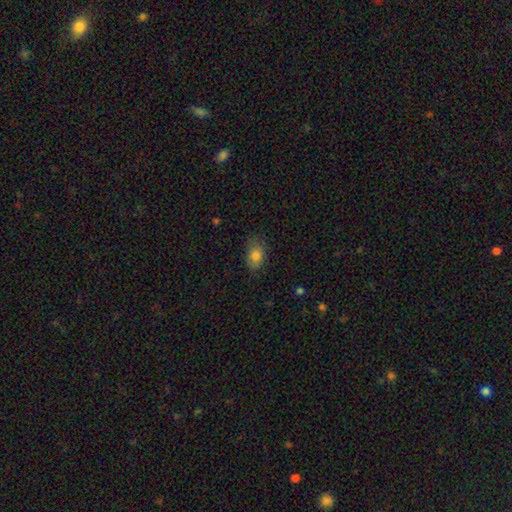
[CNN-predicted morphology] Smooth or featured: smooth — 83% (featured or disk — 9%)
How rounded: in between — 87% (round — 11%)
Merging: none — 72% (minor disturbance — 21%)